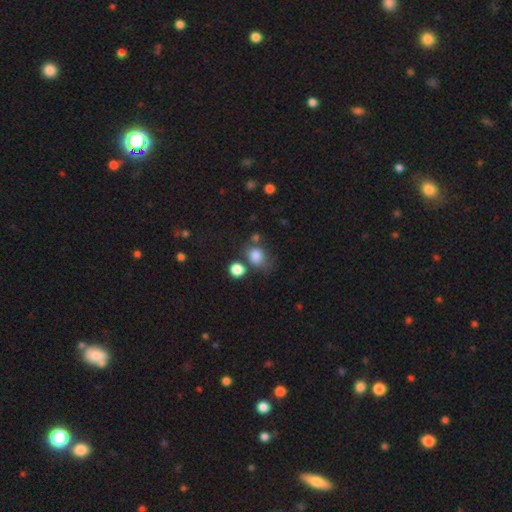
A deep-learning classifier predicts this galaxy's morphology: Q: Smooth or featured?
A: smooth (81%); runner-up: star or artifact (12%)
Q: How rounded?
A: round (54%); runner-up: in between (45%)
Q: Merging?
A: none (54%); runner-up: minor disturbance (20%)